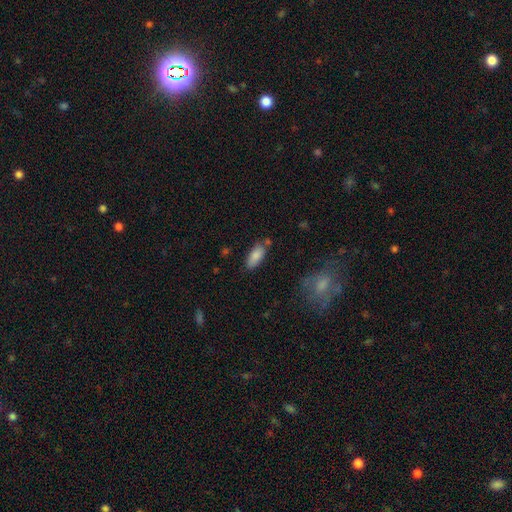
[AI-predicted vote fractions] Q: Smooth or featured?
A: smooth (85%); runner-up: featured or disk (8%)
Q: How rounded?
A: in between (85%); runner-up: cigar-shaped (13%)
Q: Merging?
A: none (72%); runner-up: minor disturbance (17%)